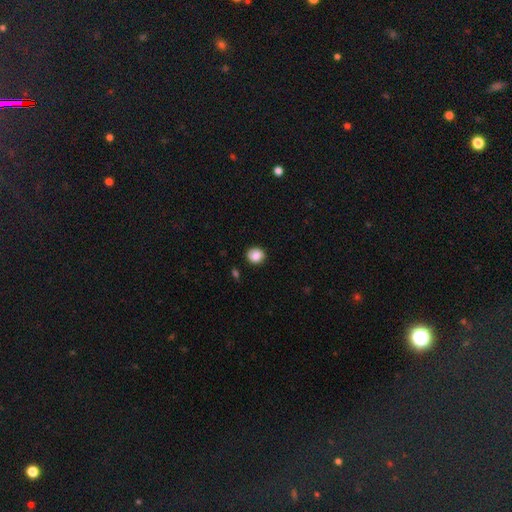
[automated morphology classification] Smooth or featured: smooth — 87% (star or artifact — 9%)
How rounded: round — 77% (in between — 22%)
Merging: none — 84% (minor disturbance — 12%)